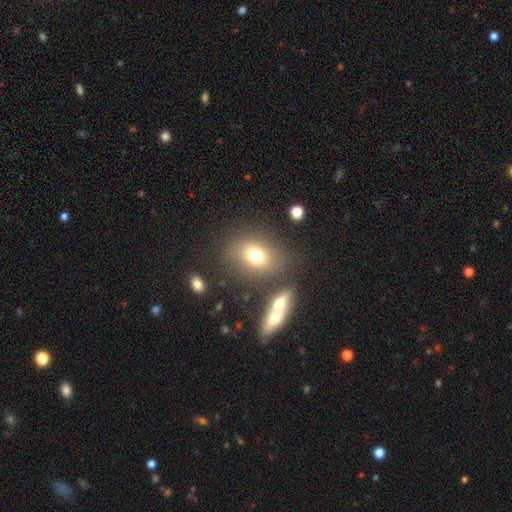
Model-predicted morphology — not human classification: Smooth or featured? smooth (73%)
How rounded? in between (60%)
Merging? none (71%)